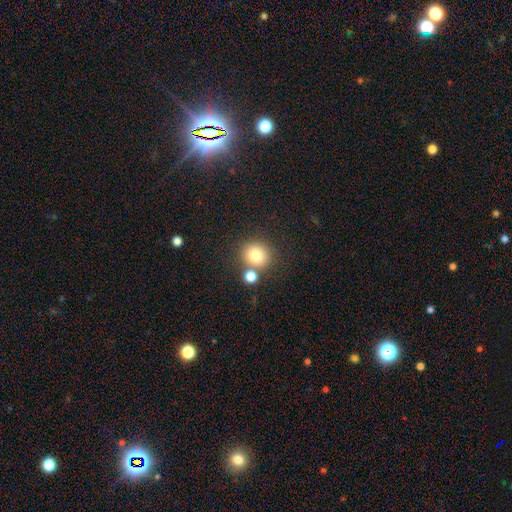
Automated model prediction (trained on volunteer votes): The model was most divided on "merging": none: 71%, merger: 18%, minor disturbance: 8%, major disturbance: 3%. More confident: how rounded — round (87%); smooth or featured — smooth (80%).